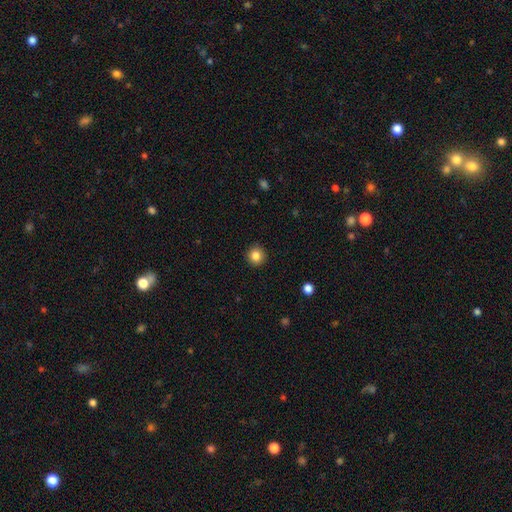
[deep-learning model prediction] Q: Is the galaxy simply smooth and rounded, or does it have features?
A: smooth — 84%.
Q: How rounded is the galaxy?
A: round — 93%.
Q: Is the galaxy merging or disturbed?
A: none — 92%.